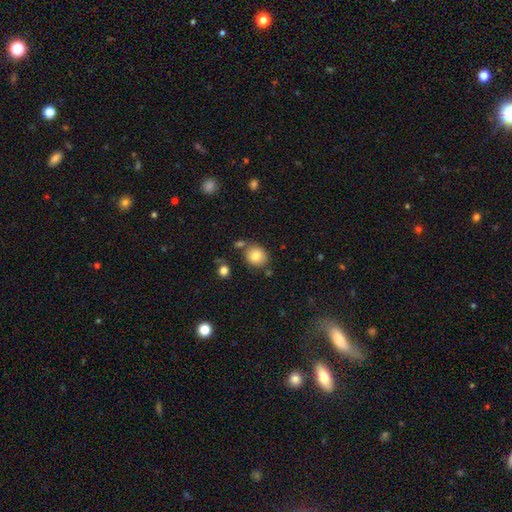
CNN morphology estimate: type=smooth (82%); roundness=round (71%); merging=none (73%).